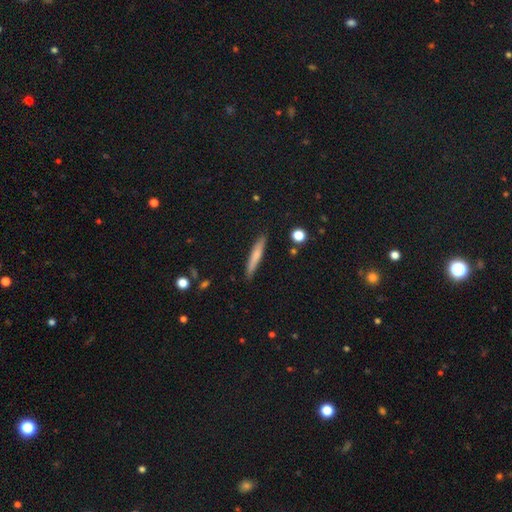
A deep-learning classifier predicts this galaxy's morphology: Smooth or featured?
  - smooth: 67% *
  - featured or disk: 26%
  - star or artifact: 6%
How rounded?
  - cigar-shaped: 93% *
  - in between: 5%
  - round: 1%
Merging?
  - none: 87% *
  - minor disturbance: 9%
  - major disturbance: 2%
  - merger: 2%